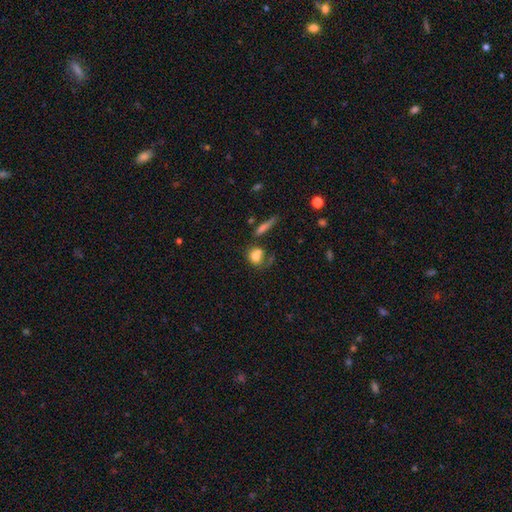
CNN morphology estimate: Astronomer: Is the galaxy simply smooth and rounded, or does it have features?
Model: smooth — 74%.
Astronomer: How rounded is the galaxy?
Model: round — 54% (runner-up: in between, 41%).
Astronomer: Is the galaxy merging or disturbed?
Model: none — 39% (runner-up: merger, 32%).